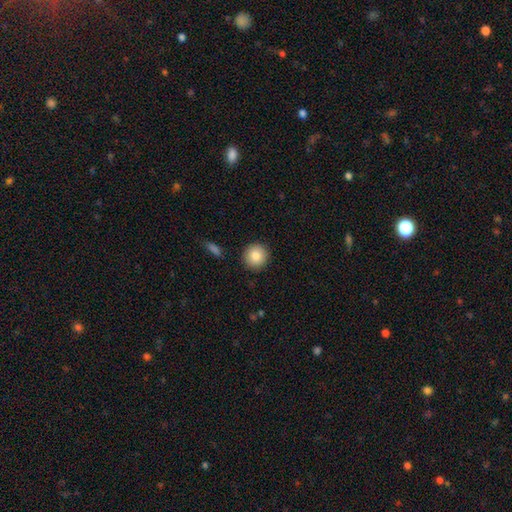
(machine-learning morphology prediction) This appears to be a smooth galaxy with no disk features (86%) that is round (92%). Merging: none (91%).